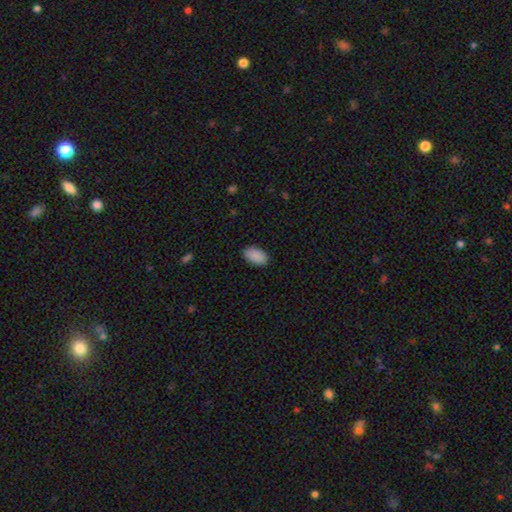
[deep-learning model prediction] A smooth galaxy with no disk features (90%) that is in between round and cigar-shaped (94%). Merging: none (88%).